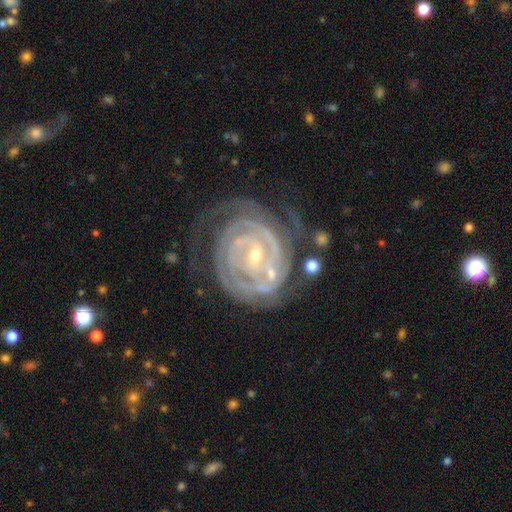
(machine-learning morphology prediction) A featured or disk galaxy (91%) with a weak bar (40%), 2 (29%) tight (82%) spiral arms (97%) and a small central bulge (67%). Merging: none (55%).